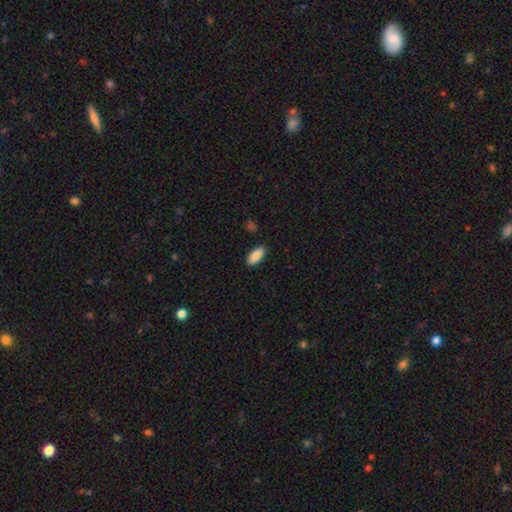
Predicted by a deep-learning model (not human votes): smooth_or_featured: smooth (p=0.85) [alt: featured or disk p=0.08]
how_rounded: in between (p=0.89) [alt: cigar-shaped p=0.09]
merging: none (p=0.87) [alt: minor disturbance p=0.10]